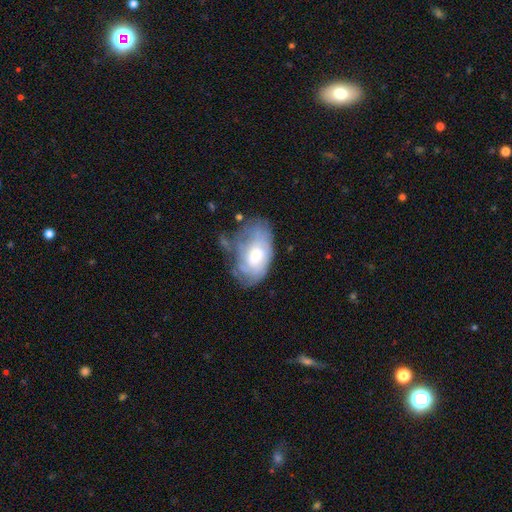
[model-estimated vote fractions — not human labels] Overall: featured or disk (57%; smooth 35%). Edge-on disk: no (94%). Bar: no (69%). Spiral arms: yes (66%; no 34%). Bulge size: moderate (61%; small 23%). Merging: none (44%; minor disturbance 30%).